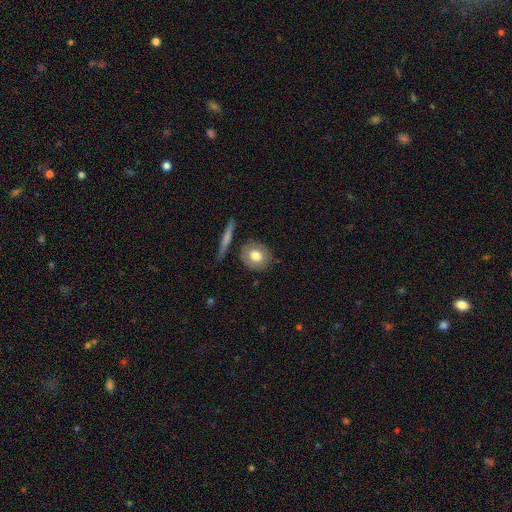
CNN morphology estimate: This appears to be a smooth galaxy with no disk features (72%) that is round (78%). Merging: none (80%).